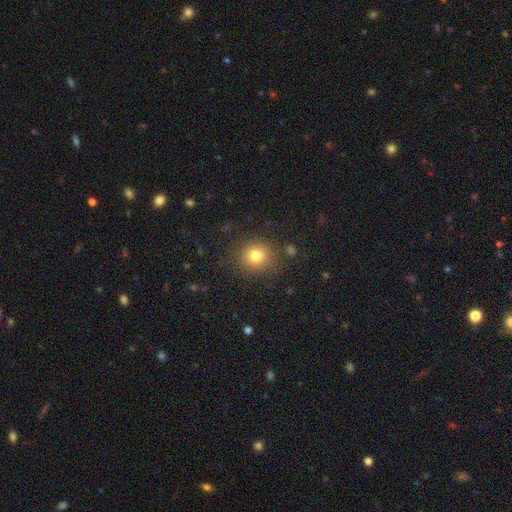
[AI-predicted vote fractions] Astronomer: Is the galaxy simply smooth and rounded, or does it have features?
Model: smooth — 79%.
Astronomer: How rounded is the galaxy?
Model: round — 86%.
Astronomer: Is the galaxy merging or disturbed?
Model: none — 85%.